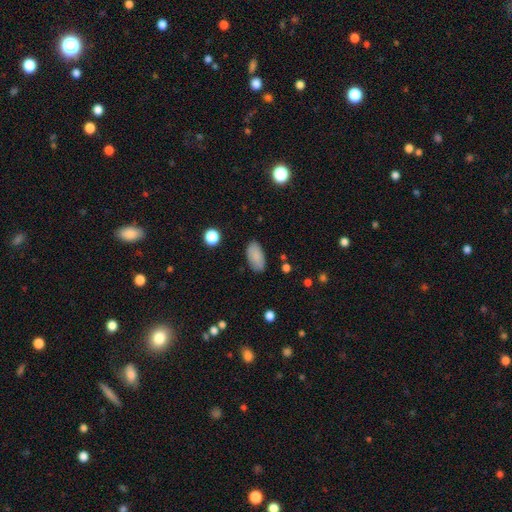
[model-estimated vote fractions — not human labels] The model was most divided on "merging": none: 85%, minor disturbance: 10%, major disturbance: 3%, merger: 1%. More confident: how rounded — in between (94%); smooth or featured — smooth (87%).